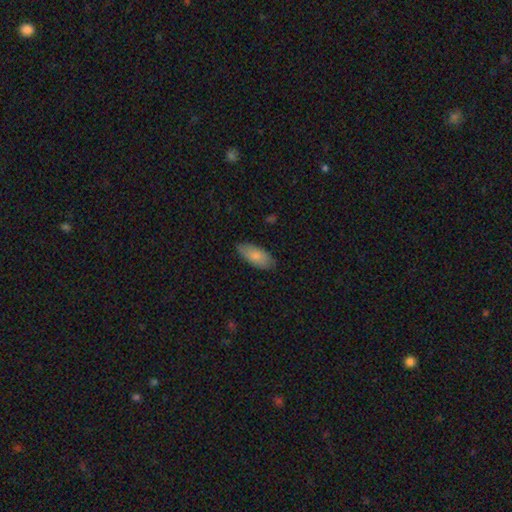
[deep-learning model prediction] A smooth galaxy with no disk features (82%) that is in between round and cigar-shaped (87%). Merging: none (82%).